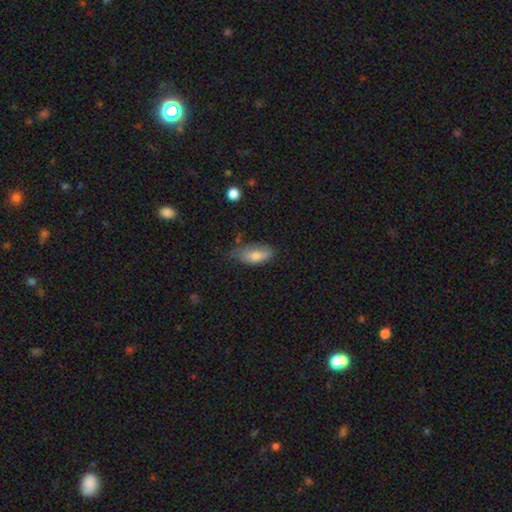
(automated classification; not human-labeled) This appears to be a smooth galaxy with no disk features (78%) that is in between round and cigar-shaped (85%). Merging: none (51%).